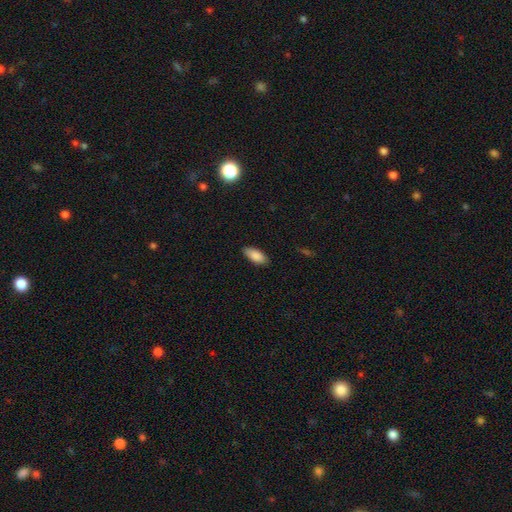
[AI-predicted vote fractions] Smooth or featured? Predicted: smooth (p=0.88). How rounded? Predicted: in between (p=0.87). Merging? Predicted: none (p=0.85).